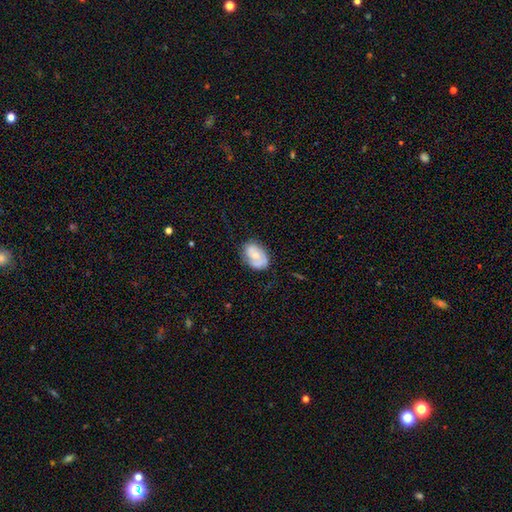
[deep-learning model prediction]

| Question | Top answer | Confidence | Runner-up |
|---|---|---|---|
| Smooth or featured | smooth | 57% | featured or disk (36%) |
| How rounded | in between | 84% | round (14%) |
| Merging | none | 62% | minor disturbance (27%) |